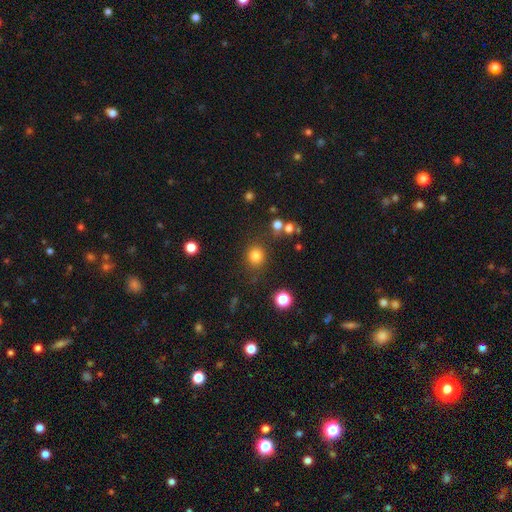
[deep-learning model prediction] A smooth galaxy with no disk features (81%) that is round (86%).

Vote fractions:
- Smooth or featured? smooth: 81% / star or artifact: 14% / featured or disk: 5%
- How rounded? round: 86% / in between: 14% / cigar-shaped: 1%
- Merging? none: 82% / minor disturbance: 10% / major disturbance: 4% / merger: 4%